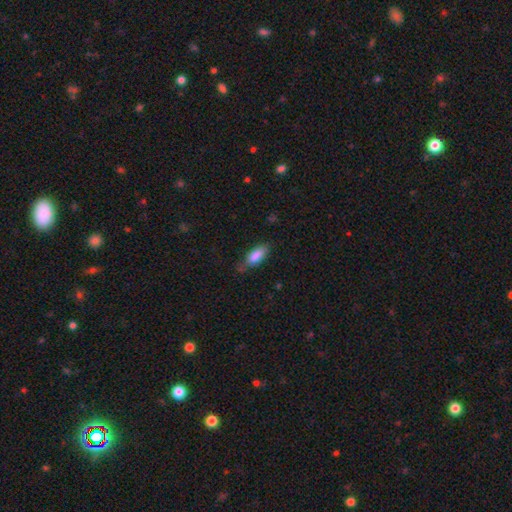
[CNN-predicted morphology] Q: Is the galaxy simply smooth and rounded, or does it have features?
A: smooth — 84%.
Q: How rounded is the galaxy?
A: in between — 75%.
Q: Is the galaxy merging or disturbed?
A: none — 65%.